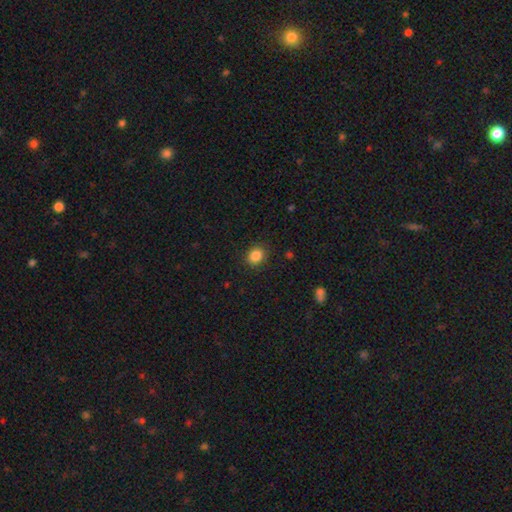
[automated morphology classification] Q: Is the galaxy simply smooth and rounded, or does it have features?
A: smooth — 86%.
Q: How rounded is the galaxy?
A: round — 58%.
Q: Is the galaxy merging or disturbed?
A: none — 88%.